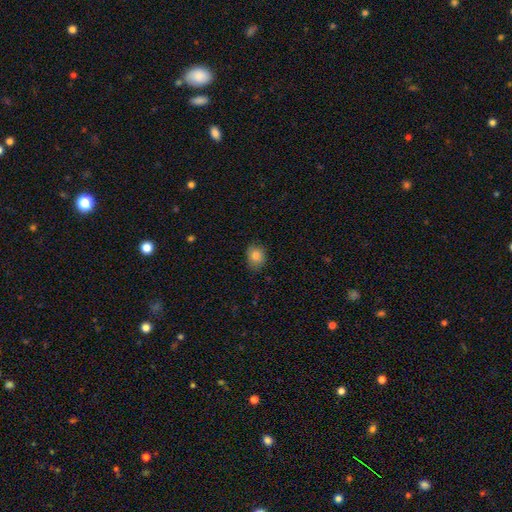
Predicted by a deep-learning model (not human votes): smooth_or_featured: smooth (p=0.84) [alt: star or artifact p=0.09]
how_rounded: round (p=0.56) [alt: in between p=0.43]
merging: none (p=0.77) [alt: minor disturbance p=0.18]